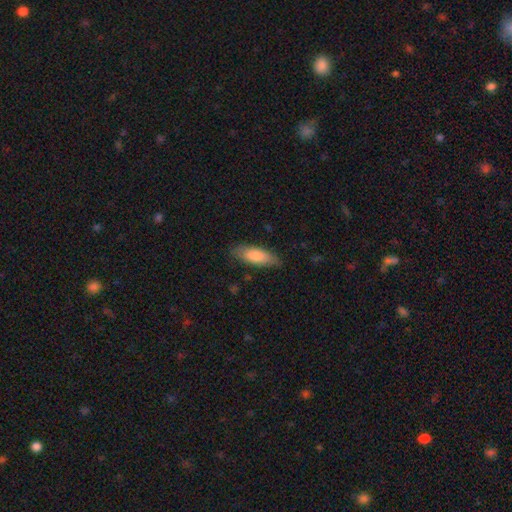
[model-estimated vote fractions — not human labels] This appears to be a smooth galaxy with no disk features (80%) that is in between round and cigar-shaped (66%). Merging: none (78%).